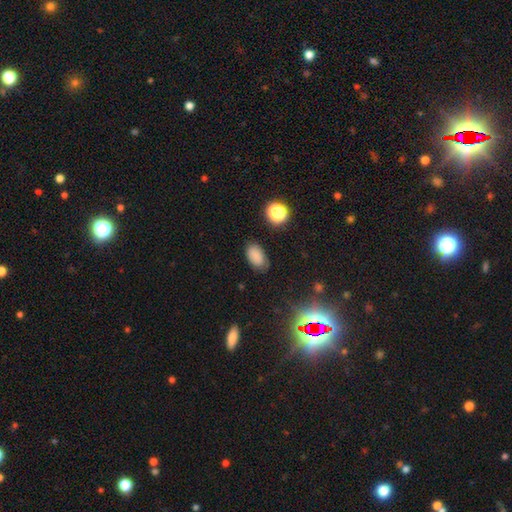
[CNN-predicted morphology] Smooth or featured: smooth — 81% (star or artifact — 13%)
How rounded: in between — 90% (round — 8%)
Merging: none — 78% (minor disturbance — 16%)